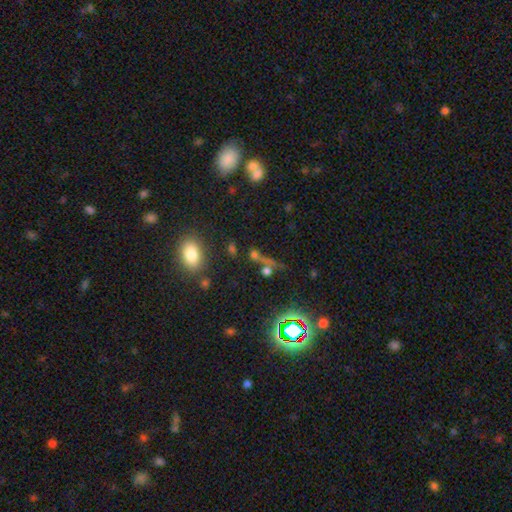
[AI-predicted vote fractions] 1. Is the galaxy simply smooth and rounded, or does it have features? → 41% smooth (tied), 41% star or artifact (tied), 17% featured or disk.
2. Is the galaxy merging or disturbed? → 59% none, 22% merger, 11% minor disturbance, 8% major disturbance.